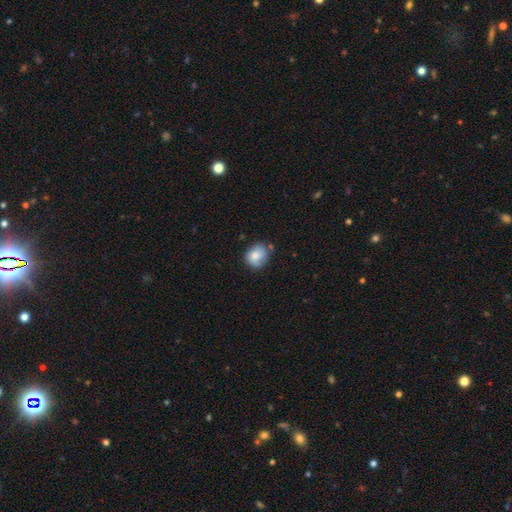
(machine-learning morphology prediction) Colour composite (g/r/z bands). It shows a smooth galaxy with no disk features (77%) that is round (71%). Merging: none (67%).